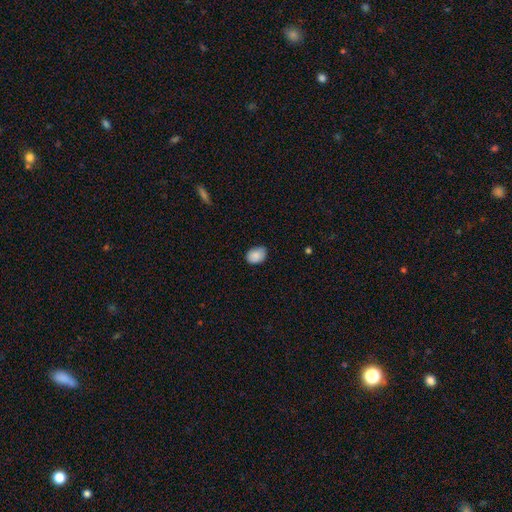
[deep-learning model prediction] Morphology: type=smooth (87%); roundness=in between (67%); merging=none (76%).